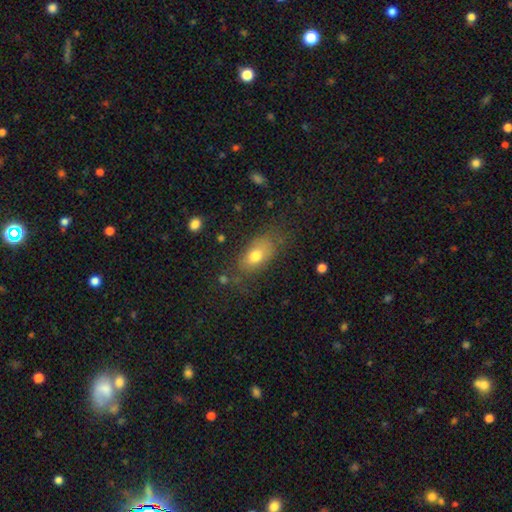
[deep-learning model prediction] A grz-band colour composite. It shows a smooth galaxy with no disk features (75%) that is in between round and cigar-shaped (85%). Merging: none (66%).